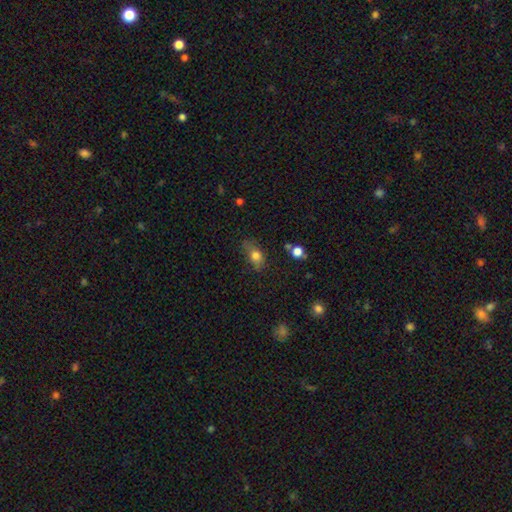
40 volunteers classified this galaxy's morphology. Smooth or featured: smooth — 75% (featured or disk — 20%)
How rounded: in between — 83% (round — 13%)
Merging: minor disturbance — 37% (none — 34%)